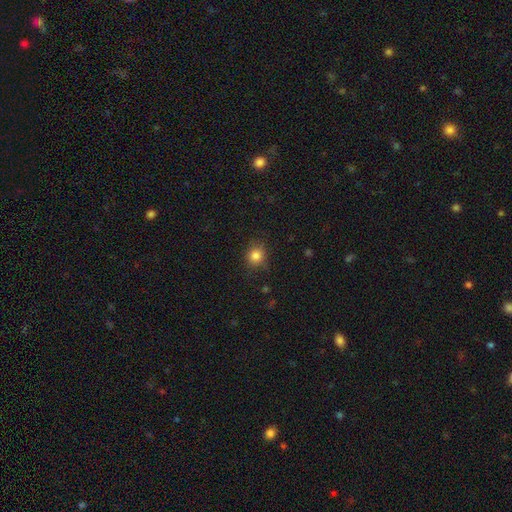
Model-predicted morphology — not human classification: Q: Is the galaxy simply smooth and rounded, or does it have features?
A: smooth — 83%.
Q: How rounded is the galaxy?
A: round — 85%.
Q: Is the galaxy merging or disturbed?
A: none — 83%.